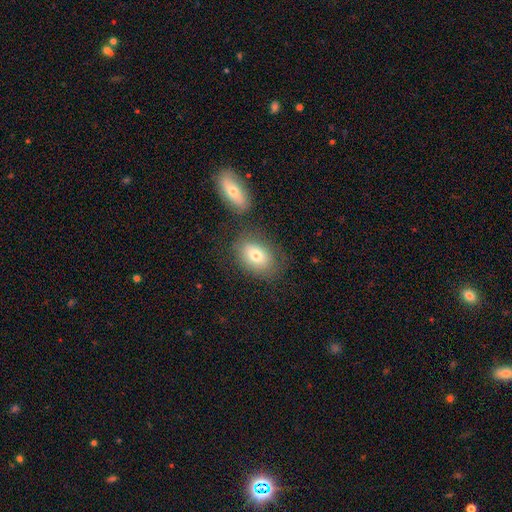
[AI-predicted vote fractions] The model was most divided on "merging": none: 68%, minor disturbance: 15%, merger: 11%, major disturbance: 6%. More confident: how rounded — in between (78%); smooth or featured — smooth (75%).